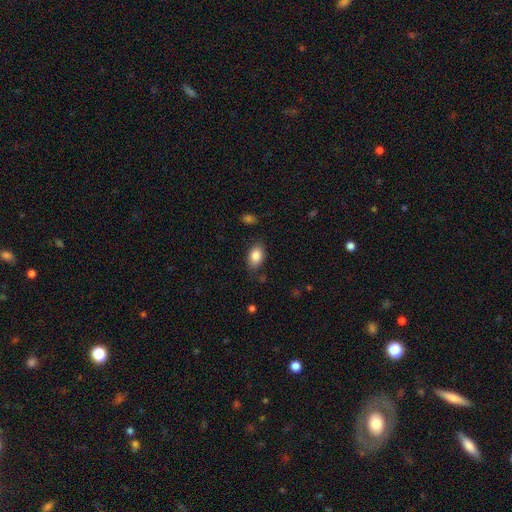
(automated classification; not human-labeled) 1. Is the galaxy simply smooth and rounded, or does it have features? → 86% smooth, 8% star or artifact, 7% featured or disk.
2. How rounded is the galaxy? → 88% in between, 10% round, 1% cigar-shaped.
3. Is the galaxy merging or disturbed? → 81% none, 13% minor disturbance, 3% major disturbance, 2% merger.